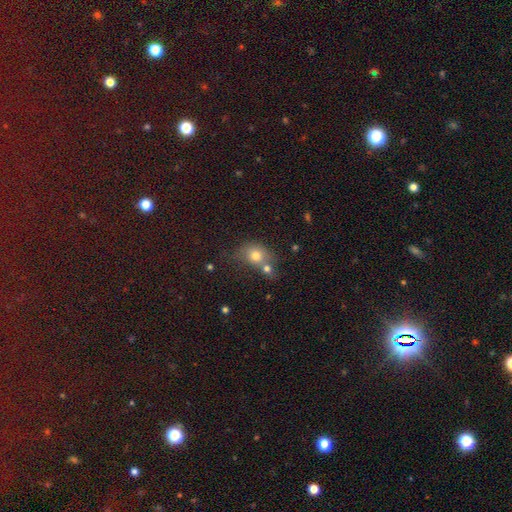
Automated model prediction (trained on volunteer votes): Overall: smooth (75%). How rounded: round (57%; in between 42%). Merging: merger (41%, tied with none).